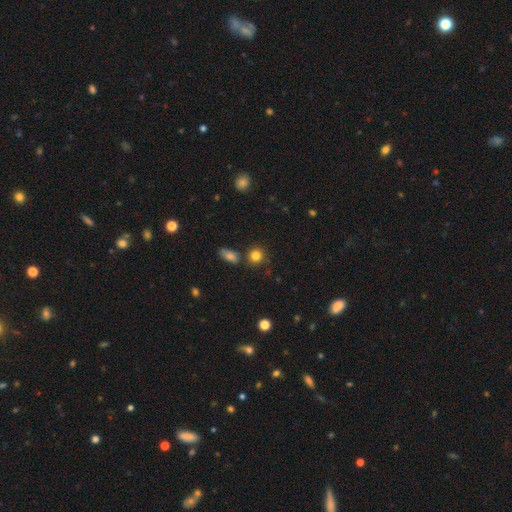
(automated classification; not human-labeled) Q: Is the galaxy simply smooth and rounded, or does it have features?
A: smooth — 83%.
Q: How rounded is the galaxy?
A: round — 87%.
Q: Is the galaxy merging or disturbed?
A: none — 77%.